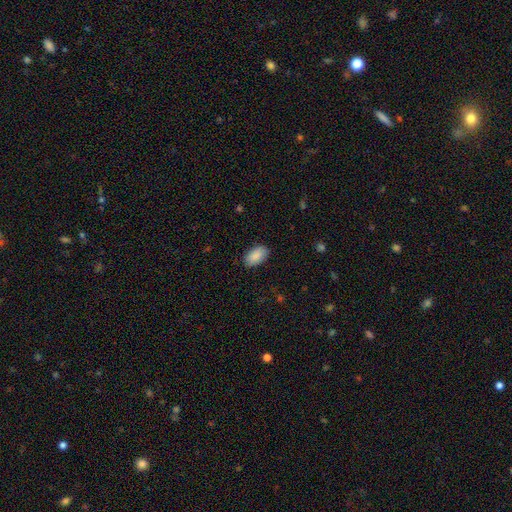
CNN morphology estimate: A smooth galaxy with no disk features (89%) that is in between round and cigar-shaped (95%).

Vote fractions:
- Smooth or featured? smooth: 89% / star or artifact: 6% / featured or disk: 5%
- How rounded? in between: 95% / round: 4% / cigar-shaped: 2%
- Merging? none: 87% / minor disturbance: 10% / major disturbance: 2% / merger: 1%